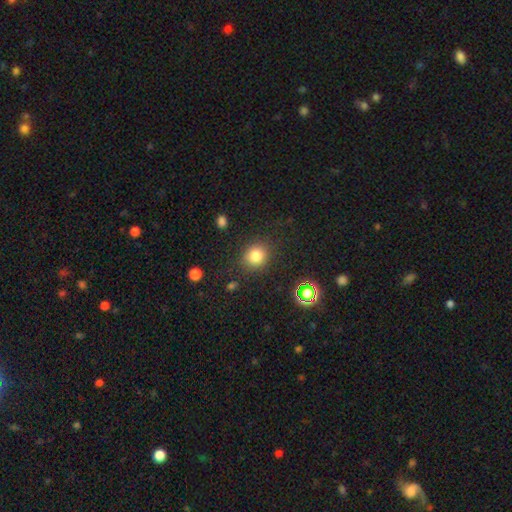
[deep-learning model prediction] smooth-or-featured: smooth: 80% | star or artifact: 13% | featured or disk: 6%
  how-rounded: round: 83% | in between: 16% | cigar-shaped: 1%
  merging: none: 85% | minor disturbance: 9% | major disturbance: 4% | merger: 2%